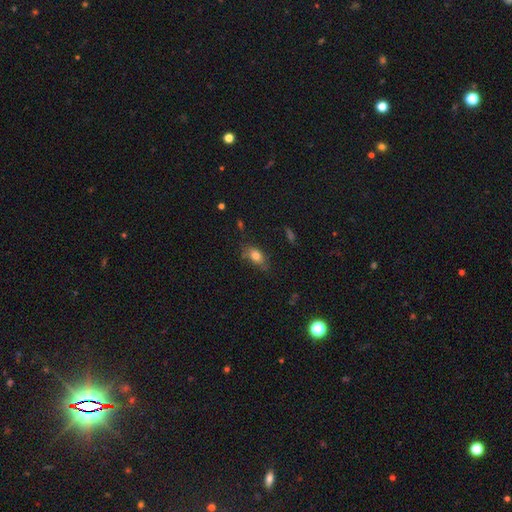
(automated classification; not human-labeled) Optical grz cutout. It shows a smooth galaxy with no disk features (77%) that is in between round and cigar-shaped (83%). Merging: none (65%).